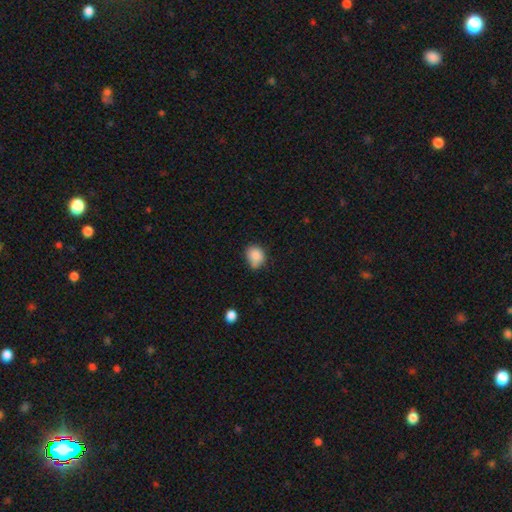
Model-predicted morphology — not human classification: A smooth galaxy with no disk features (85%) that is round (56%).

Vote fractions:
- Smooth or featured? smooth: 85% / star or artifact: 9% / featured or disk: 6%
- How rounded? round: 56% / in between: 43% / cigar-shaped: 1%
- Merging? none: 55% / minor disturbance: 32% / merger: 7% / major disturbance: 6%